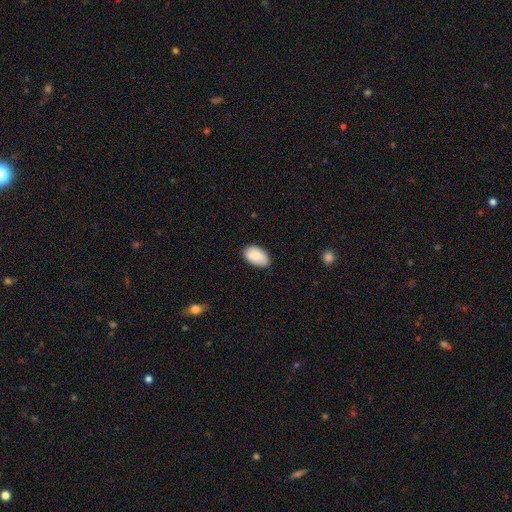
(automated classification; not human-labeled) Overall: smooth (87%). How rounded: in between (93%). Merging: none (77%).